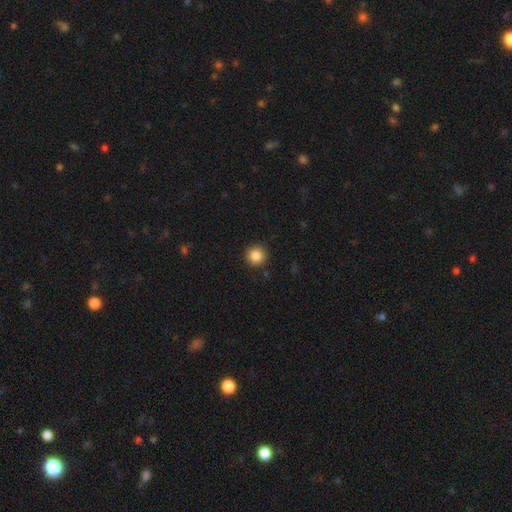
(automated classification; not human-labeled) A smooth galaxy with no disk features (86%) that is round (95%).

Vote fractions:
- Smooth or featured? smooth: 86% / star or artifact: 10% / featured or disk: 4%
- How rounded? round: 95% / in between: 4% / cigar-shaped: 1%
- Merging? none: 91% / minor disturbance: 6% / major disturbance: 2% / merger: 1%